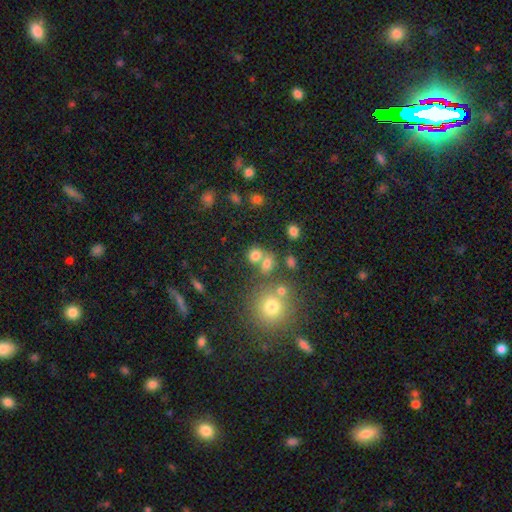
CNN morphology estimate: A smooth galaxy with no disk features (72%) that is round (71%). Merging: none (48%).